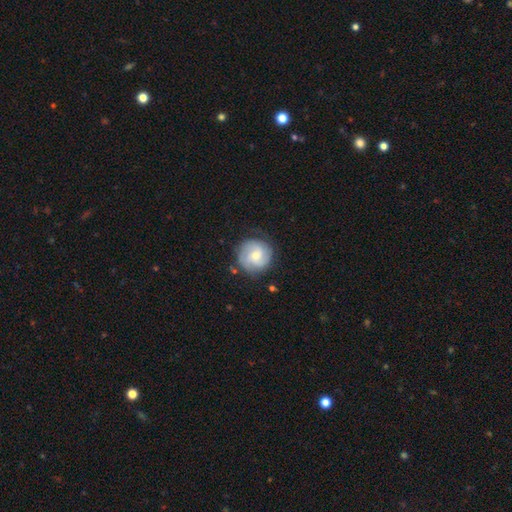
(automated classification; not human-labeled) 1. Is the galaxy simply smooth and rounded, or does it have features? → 65% featured or disk, 29% smooth, 6% star or artifact.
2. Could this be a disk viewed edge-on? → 98% no, 2% yes.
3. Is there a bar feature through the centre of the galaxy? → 58% no, 36% weak, 6% strong.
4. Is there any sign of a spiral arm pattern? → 92% yes, 8% no.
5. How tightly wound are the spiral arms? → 50% tight, 38% medium, 12% loose.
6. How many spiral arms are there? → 32% 3, 31% 2, 22% can't tell, 7% 4, 4% 1, 4% more than 4.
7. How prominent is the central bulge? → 50% small, 45% moderate, 2% large, 2% none, 1% dominant.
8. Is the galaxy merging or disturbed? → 77% none, 16% minor disturbance, 5% major disturbance, 2% merger.